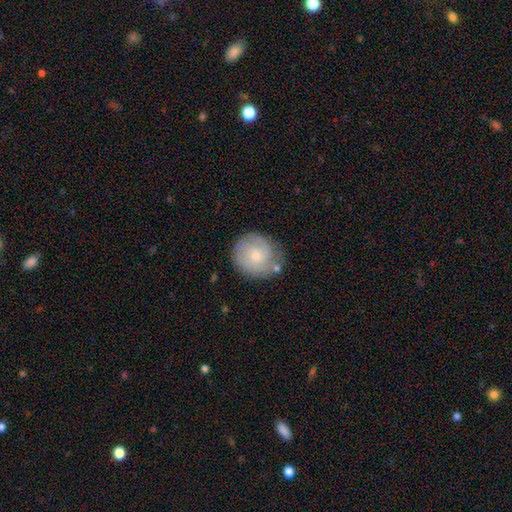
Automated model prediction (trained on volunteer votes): Q: Smooth or featured?
A: featured or disk (48%); runner-up: smooth (45%)
Q: Merging?
A: none (72%); runner-up: minor disturbance (18%)